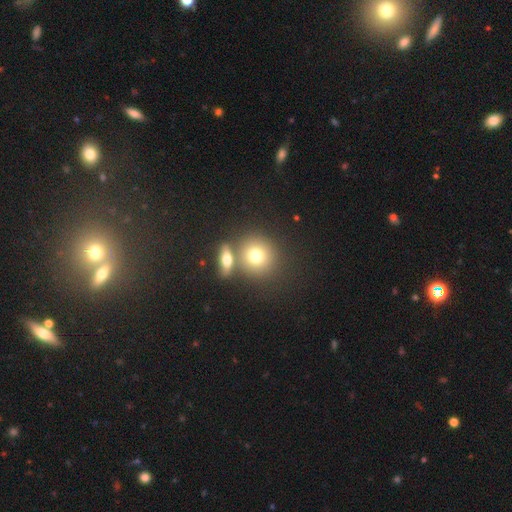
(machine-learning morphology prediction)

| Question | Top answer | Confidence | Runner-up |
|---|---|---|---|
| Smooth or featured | smooth | 73% | featured or disk (16%) |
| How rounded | round | 86% | in between (12%) |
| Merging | none | 62% | merger (27%) |